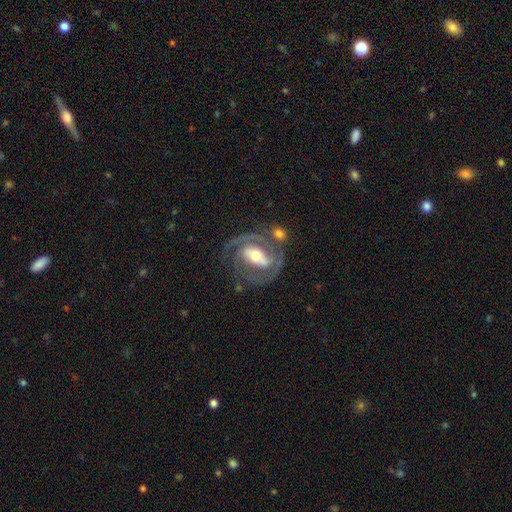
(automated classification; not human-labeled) A featured or disk galaxy (86%) with a strong bar (46%), 2 (74%) tight (46%) spiral arms (93%) and a moderate central bulge (62%).

Vote fractions:
- Smooth or featured? featured or disk: 86% / smooth: 9% / star or artifact: 5%
- Edge-on disk? no: 96% / yes: 4%
- Bar? strong: 46% / weak: 33% / no: 21%
- Spiral arms? yes: 93% / no: 7%
- Spiral winding? tight: 46% / medium: 44% / loose: 10%
- Spiral arm count? 2: 74% / 3: 8% / can't tell: 8% / 1: 6% / 4: 2% / more than 4: 2%
- Bulge size? moderate: 62% / small: 19% / large: 16% / dominant: 2% / none: 1%
- Merging? none: 62% / minor disturbance: 17% / major disturbance: 12% / merger: 8%